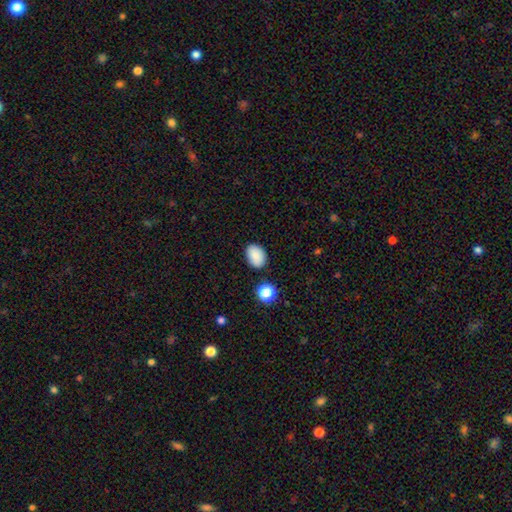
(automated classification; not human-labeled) smooth_or_featured: smooth (p=0.88) [alt: star or artifact p=0.09]
how_rounded: in between (p=0.81) [alt: round p=0.18]
merging: none (p=0.84) [alt: minor disturbance p=0.11]